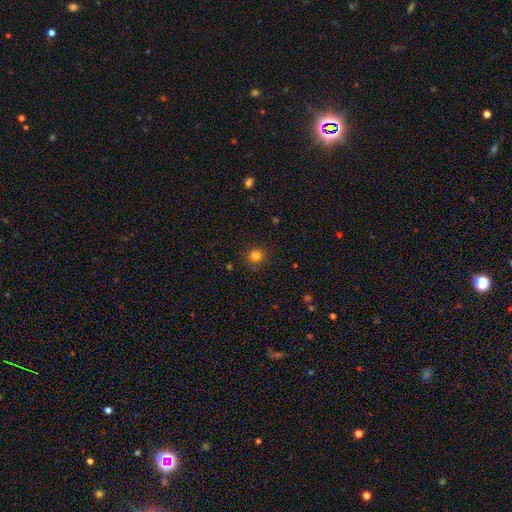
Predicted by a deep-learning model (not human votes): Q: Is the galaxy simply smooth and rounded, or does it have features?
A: smooth — 82%.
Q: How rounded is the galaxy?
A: round — 90%.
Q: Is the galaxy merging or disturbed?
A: none — 88%.